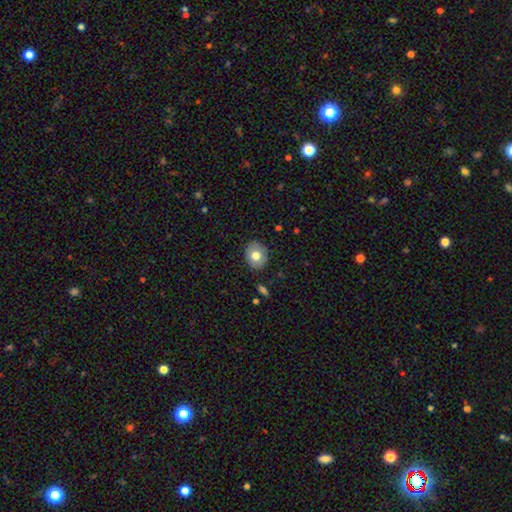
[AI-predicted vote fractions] Smooth or featured: smooth — 72% (featured or disk — 20%)
How rounded: round — 51% (in between — 48%)
Merging: none — 85% (minor disturbance — 11%)